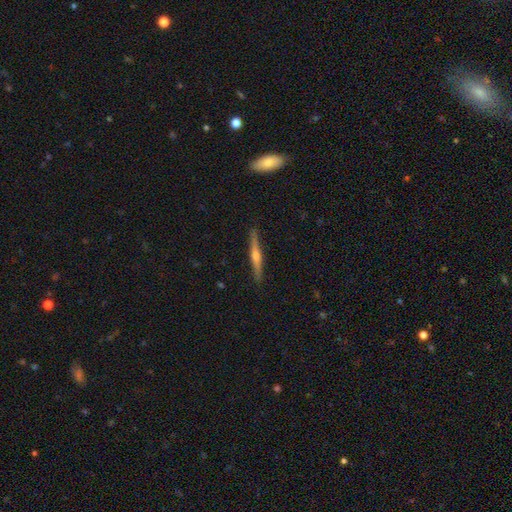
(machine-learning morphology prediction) The model was most divided on "smooth or featured": featured or disk: 68%, smooth: 26%, star or artifact: 6%. More confident: edge-on disk — yes (98%); merging — none (90%); edge-on bulge — rounded (82%).